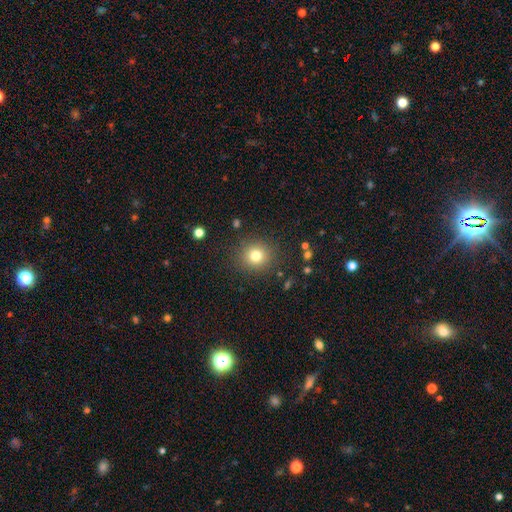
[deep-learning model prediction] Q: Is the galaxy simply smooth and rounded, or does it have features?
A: smooth — 78%.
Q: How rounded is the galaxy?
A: round — 90%.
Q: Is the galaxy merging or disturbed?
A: none — 88%.